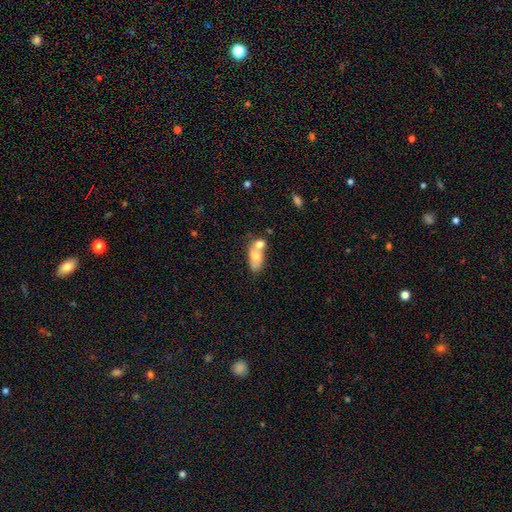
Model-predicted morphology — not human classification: This is likely a smooth galaxy (62%). How rounded: likely in between (80%). Merging: possibly merger (57%).